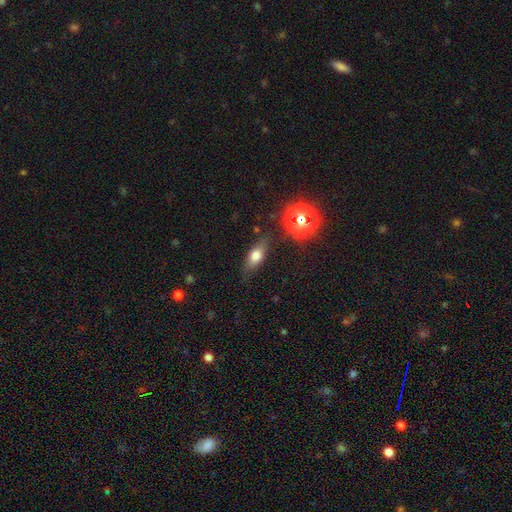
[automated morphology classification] smooth-or-featured: smooth: 65% | featured or disk: 22% | star or artifact: 13%
  how-rounded: in between: 66% | cigar-shaped: 22% | round: 12%
  merging: none: 76% | minor disturbance: 17% | major disturbance: 5% | merger: 3%